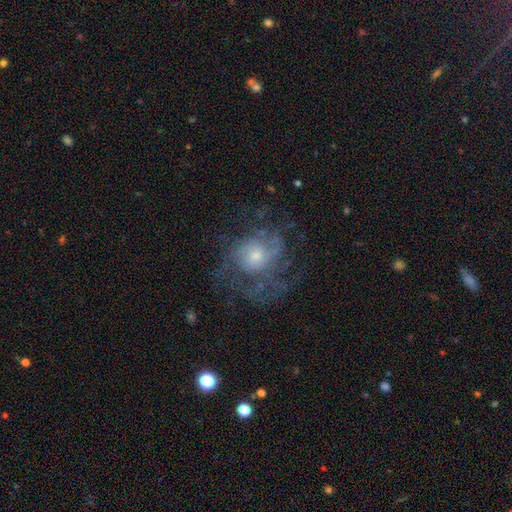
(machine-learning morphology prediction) This is likely a featured or disk galaxy (64%). It is clearly not viewed edge-on (97%). Bar: likely no (79%). Spiral arm pattern: likely yes (68%). Central bulge: possibly moderate (47%). Merging: possibly none (53%).